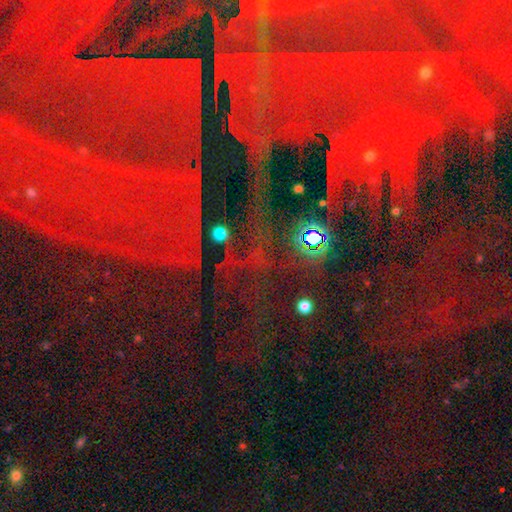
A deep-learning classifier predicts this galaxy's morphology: Overall: star or artifact (81%).